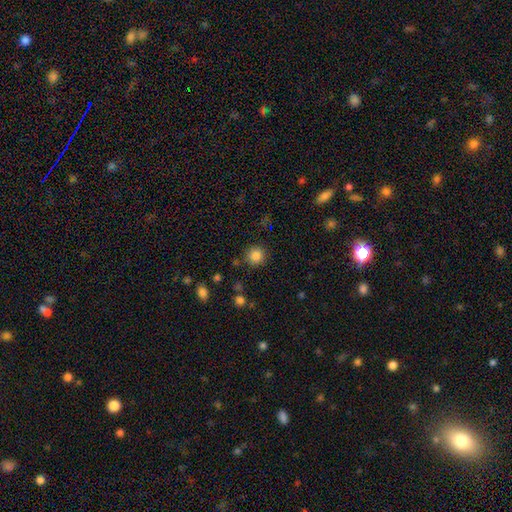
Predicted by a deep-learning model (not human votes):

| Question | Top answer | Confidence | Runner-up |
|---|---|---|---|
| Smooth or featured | smooth | 85% | star or artifact (11%) |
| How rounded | round | 92% | in between (7%) |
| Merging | none | 87% | minor disturbance (8%) |